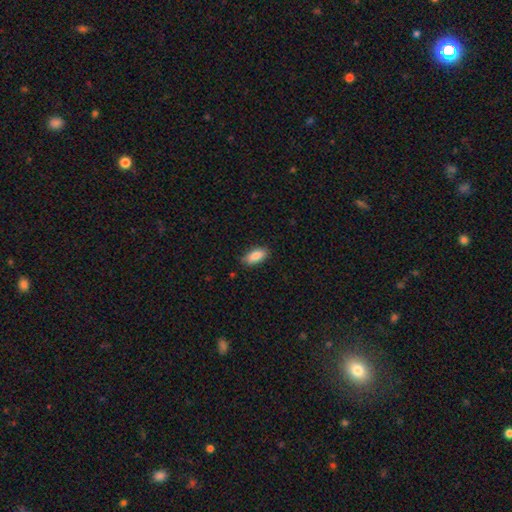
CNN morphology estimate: A smooth galaxy with no disk features (86%) that is in between round and cigar-shaped (88%).

Vote fractions:
- Smooth or featured? smooth: 86% / featured or disk: 7% / star or artifact: 7%
- How rounded? in between: 88% / cigar-shaped: 10% / round: 2%
- Merging? none: 85% / minor disturbance: 12% / major disturbance: 2% / merger: 1%